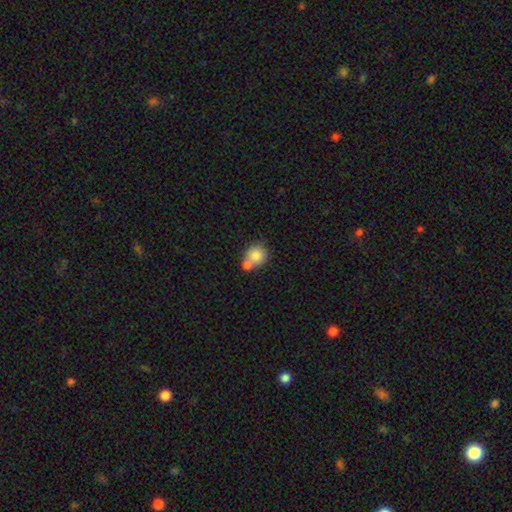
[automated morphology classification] Smooth or featured?
  - smooth: 82% *
  - featured or disk: 9%
  - star or artifact: 8%
How rounded?
  - round: 81% *
  - in between: 18%
  - cigar-shaped: 1%
Merging?
  - merger: 46% *
  - none: 40%
  - minor disturbance: 10%
  - major disturbance: 3%